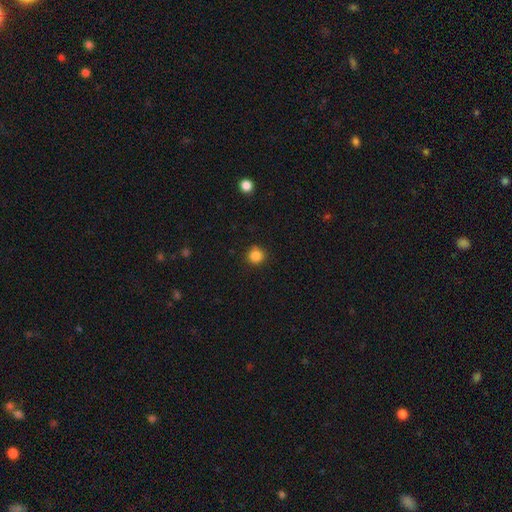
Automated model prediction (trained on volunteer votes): Overall: smooth (85%). How rounded: round (93%). Merging: none (89%).